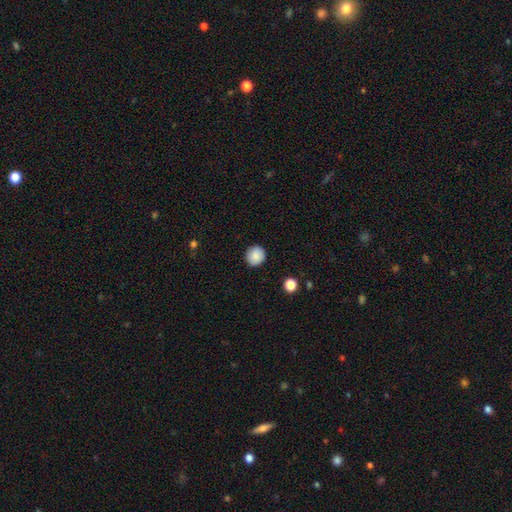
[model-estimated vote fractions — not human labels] smooth_or_featured: smooth (p=0.88) [alt: star or artifact p=0.08]
how_rounded: round (p=0.91) [alt: in between p=0.08]
merging: none (p=0.91) [alt: minor disturbance p=0.06]